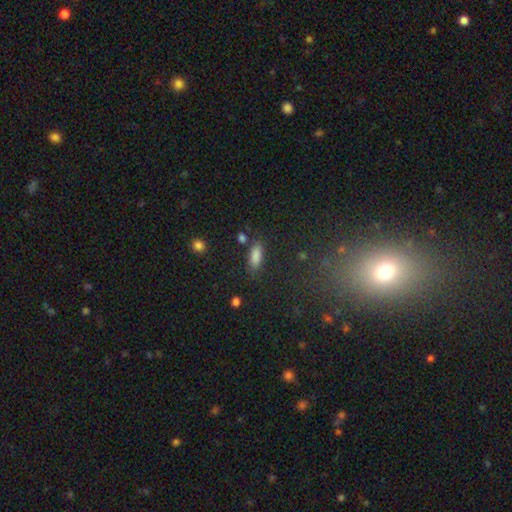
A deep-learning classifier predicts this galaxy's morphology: A smooth galaxy with no disk features (83%) that is in between round and cigar-shaped (73%). Merging: none (79%).